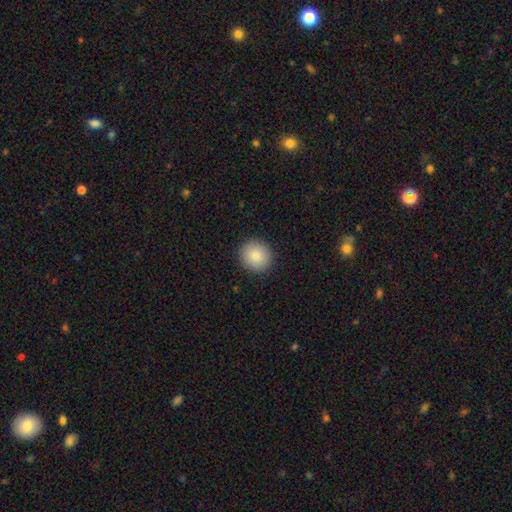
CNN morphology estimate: A smooth galaxy with no disk features (88%) that is round (87%). Merging: none (91%).